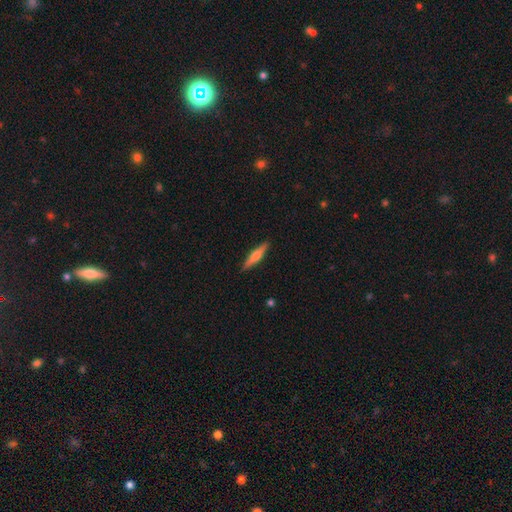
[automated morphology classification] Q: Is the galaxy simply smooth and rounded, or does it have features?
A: featured or disk — 48%.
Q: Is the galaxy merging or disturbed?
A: none — 90%.